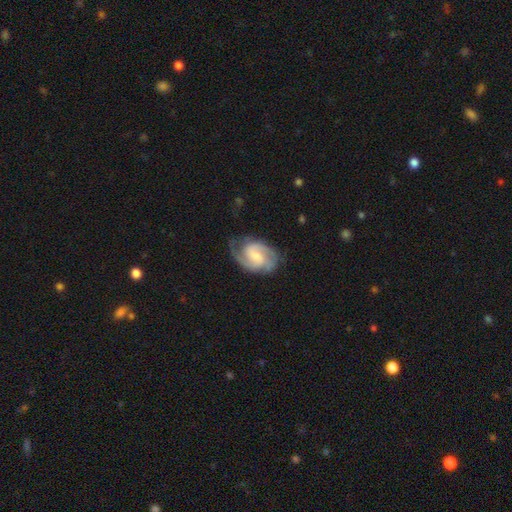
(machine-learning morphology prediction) type=featured or disk (82%); edge-on=no (98%); bar=weak (53%); spiral arms=yes (96%); winding=medium (50%); arm count=2 (74%); bulge=small (41%); merging=none (67%).